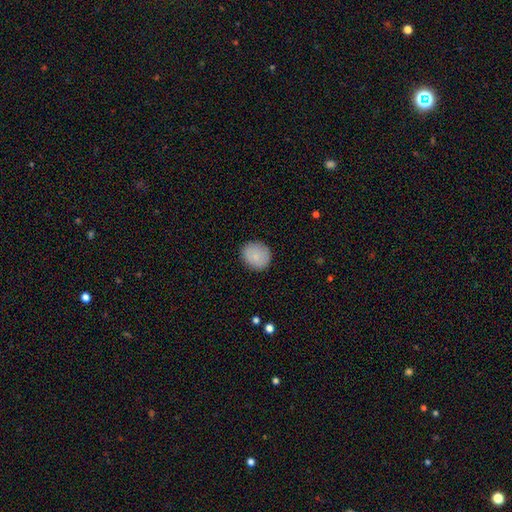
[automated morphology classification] Smooth or featured? Predicted: smooth (p=0.84). How rounded? Predicted: round (p=0.77). Merging? Predicted: none (p=0.88).